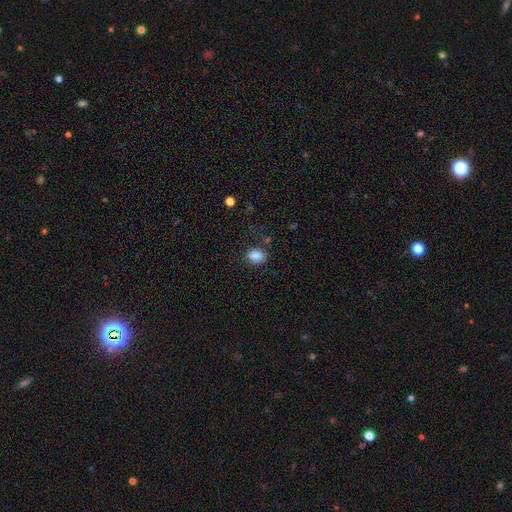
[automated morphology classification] The model was most divided on "how rounded": in between: 71%, round: 28%, cigar-shaped: 1%. More confident: smooth or featured — smooth (86%); merging — none (72%).